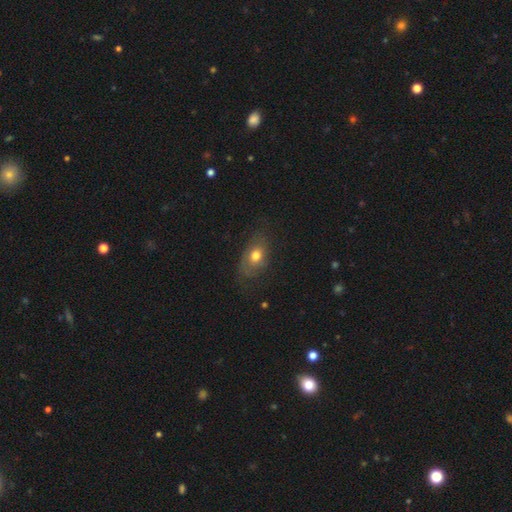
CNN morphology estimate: smooth_or_featured: smooth (p=0.64) [alt: featured or disk p=0.27]
how_rounded: in between (p=0.80) [alt: round p=0.17]
merging: none (p=0.62) [alt: minor disturbance p=0.24]